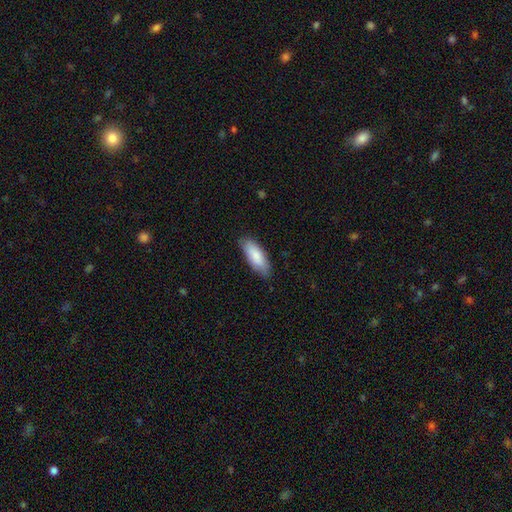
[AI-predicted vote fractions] Smooth or featured? Predicted: smooth (p=0.86). How rounded? Predicted: in between (p=0.73). Merging? Predicted: none (p=0.82).